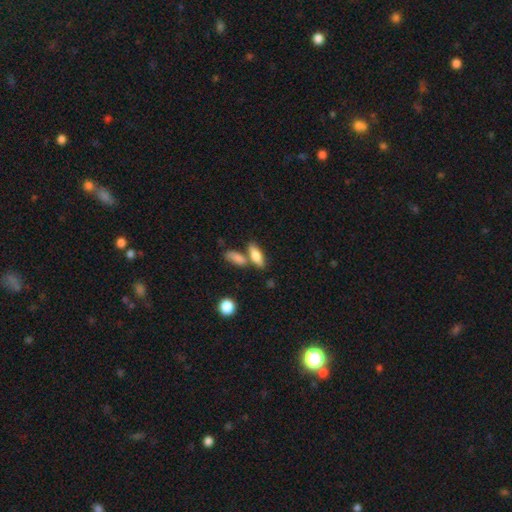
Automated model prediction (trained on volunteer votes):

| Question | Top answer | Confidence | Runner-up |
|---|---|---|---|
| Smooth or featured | smooth | 76% | featured or disk (17%) |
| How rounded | in between | 64% | cigar-shaped (32%) |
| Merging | none | 58% | merger (26%) |